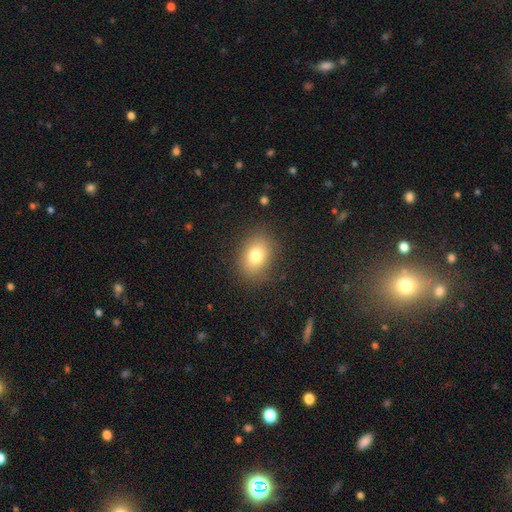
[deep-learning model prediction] smooth_or_featured: smooth (p=0.78) [alt: featured or disk p=0.11]
how_rounded: in between (p=0.64) [alt: round p=0.35]
merging: none (p=0.84) [alt: minor disturbance p=0.11]